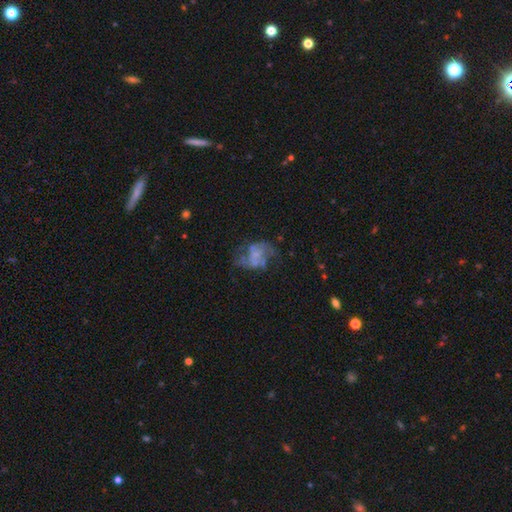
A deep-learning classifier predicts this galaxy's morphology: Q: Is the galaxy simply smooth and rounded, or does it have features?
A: featured or disk — 58%.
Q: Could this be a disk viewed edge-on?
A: no — 98%.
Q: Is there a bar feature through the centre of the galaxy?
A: no — 79%.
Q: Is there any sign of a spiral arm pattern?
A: no — 64%.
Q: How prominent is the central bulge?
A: none — 59%.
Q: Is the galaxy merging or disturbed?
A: major disturbance — 38%.